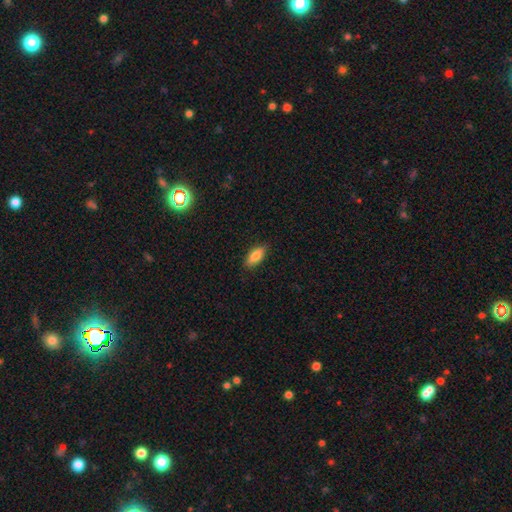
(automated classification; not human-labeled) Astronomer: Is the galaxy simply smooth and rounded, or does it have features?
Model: smooth — 84%.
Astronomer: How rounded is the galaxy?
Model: in between — 84%.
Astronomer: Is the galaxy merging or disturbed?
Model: none — 87%.